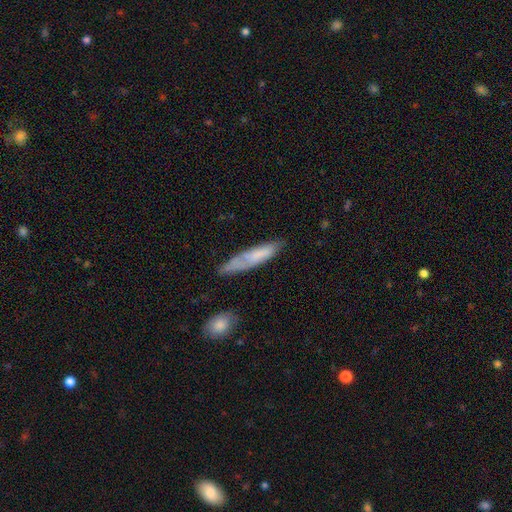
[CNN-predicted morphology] A smooth galaxy with no disk features (63%) that is cigar-shaped (79%). Merging: none (60%).